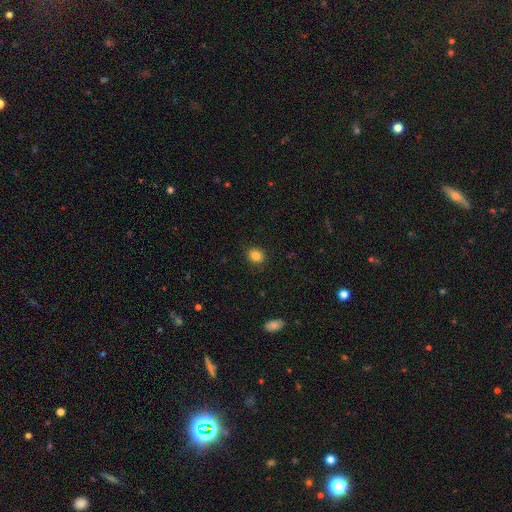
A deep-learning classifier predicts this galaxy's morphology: The model was most divided on "how rounded": round: 69%, in between: 30%, cigar-shaped: 1%. More confident: merging — none (89%); smooth or featured — smooth (84%).